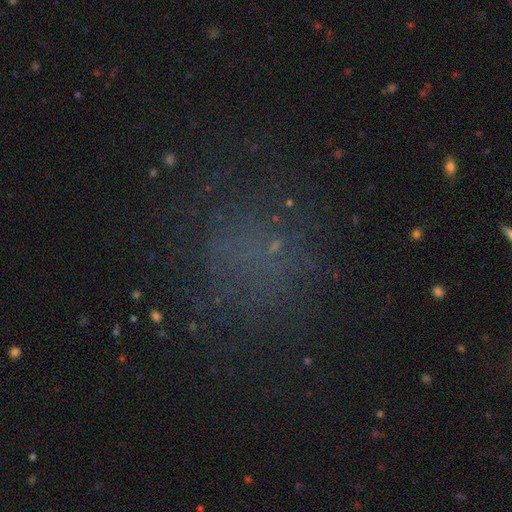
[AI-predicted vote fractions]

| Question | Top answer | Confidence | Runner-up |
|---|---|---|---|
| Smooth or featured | smooth | 47% | star or artifact (39%) |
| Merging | none | 74% | minor disturbance (13%) |